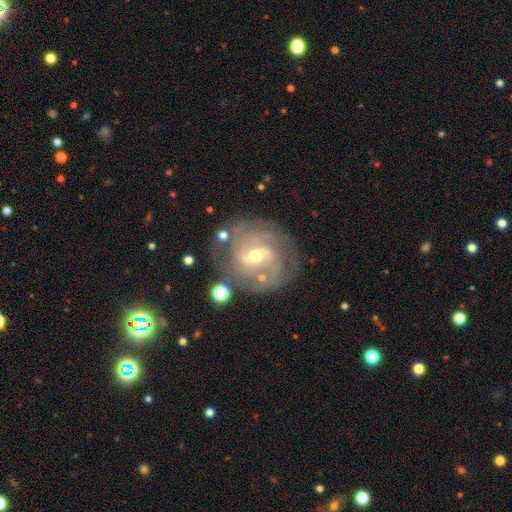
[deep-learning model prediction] Morphology: type=featured or disk (89%); edge-on=no (97%); bar=weak (53%); spiral arms=yes (97%); winding=medium (47%); arm count=2 (42%); bulge=moderate (49%); merging=none (73%).